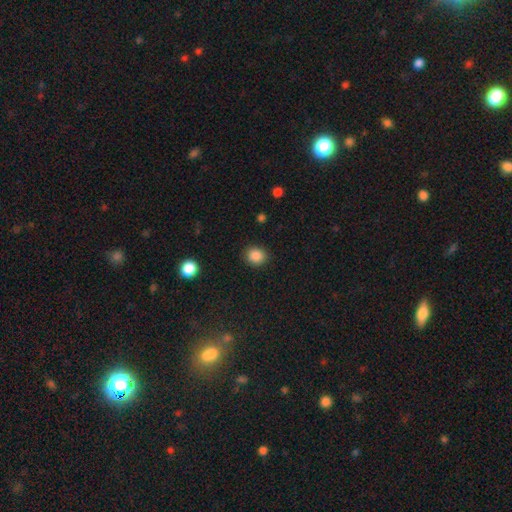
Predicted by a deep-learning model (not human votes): smooth_or_featured: smooth (p=0.87) [alt: star or artifact p=0.10]
how_rounded: round (p=0.78) [alt: in between p=0.21]
merging: none (p=0.89) [alt: minor disturbance p=0.08]